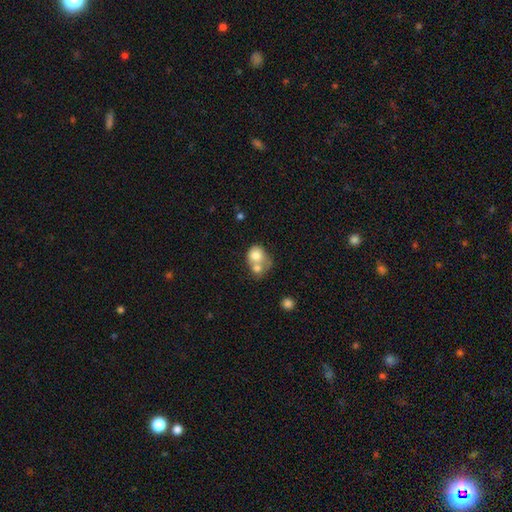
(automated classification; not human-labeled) A smooth galaxy with no disk features (72%) that is round (67%).

Vote fractions:
- Smooth or featured? smooth: 72% / featured or disk: 19% / star or artifact: 9%
- How rounded? round: 67% / in between: 32% / cigar-shaped: 1%
- Merging? merger: 65% / none: 22% / minor disturbance: 8% / major disturbance: 5%